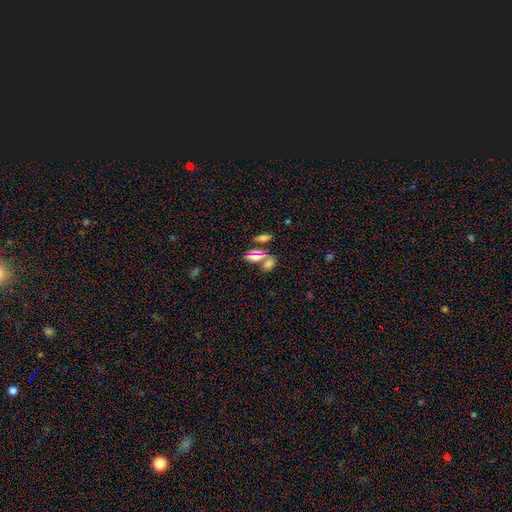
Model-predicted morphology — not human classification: Smooth or featured? smooth (59%)
How rounded? in between (76%)
Merging? none (46%)